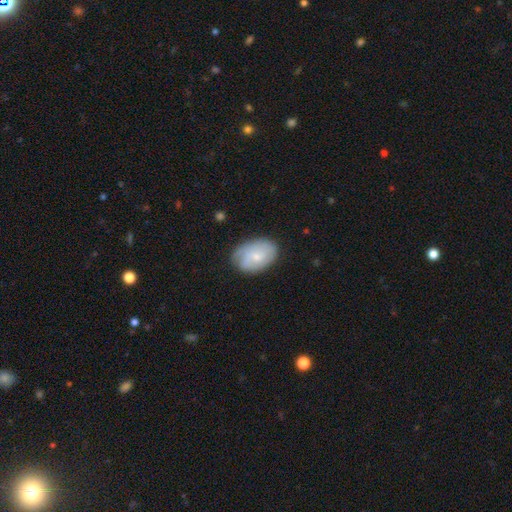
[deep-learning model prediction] smooth_or_featured: smooth (p=0.53) [alt: featured or disk p=0.41]
how_rounded: in between (p=0.84) [alt: round p=0.15]
merging: none (p=0.69) [alt: minor disturbance p=0.23]